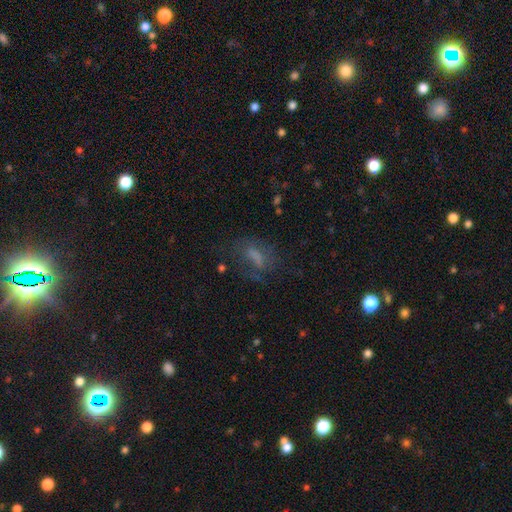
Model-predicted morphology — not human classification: A smooth galaxy with no disk features (47%).

Vote fractions:
- Smooth or featured? smooth: 47% / featured or disk: 29% / star or artifact: 24%
- Merging? none: 58% / major disturbance: 20% / minor disturbance: 19% / merger: 3%